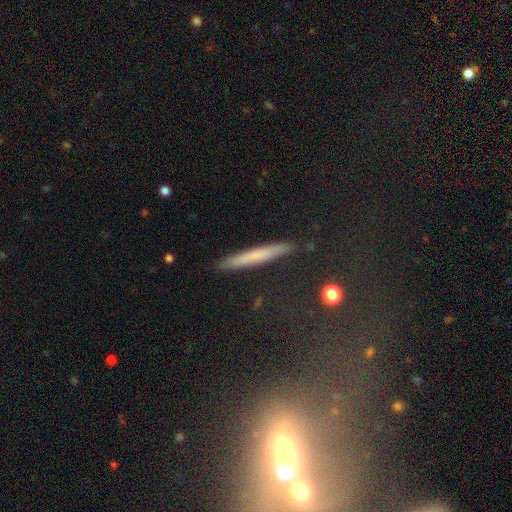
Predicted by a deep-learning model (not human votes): Smooth or featured? Predicted: smooth (p=0.60). How rounded? Predicted: cigar-shaped (p=0.96). Merging? Predicted: none (p=0.89).